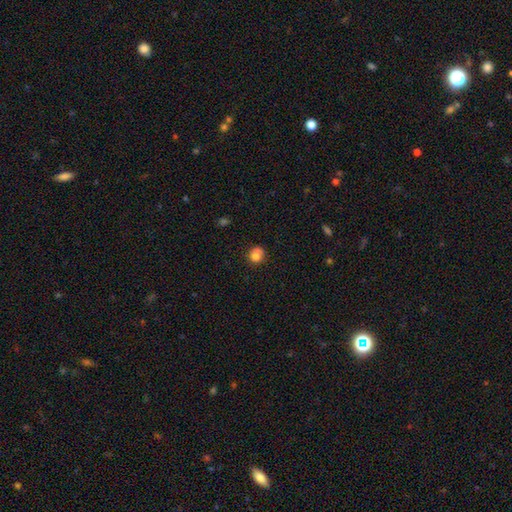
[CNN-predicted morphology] type=smooth (77%); roundness=round (81%); merging=none (53%).